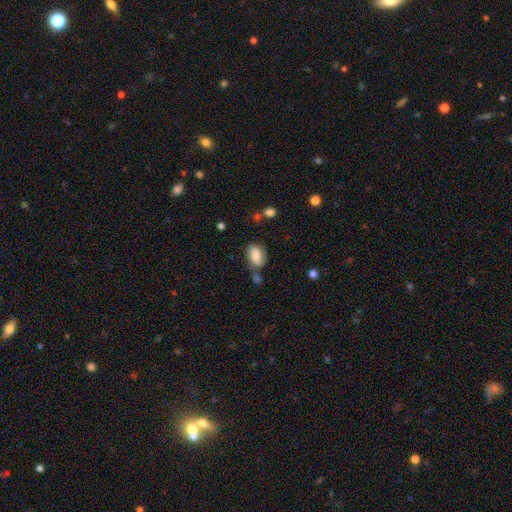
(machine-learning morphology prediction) A smooth galaxy with no disk features (61%) that is in between round and cigar-shaped (84%).

Vote fractions:
- Smooth or featured? smooth: 61% / featured or disk: 30% / star or artifact: 9%
- How rounded? in between: 84% / round: 14% / cigar-shaped: 2%
- Merging? none: 49% / minor disturbance: 25% / merger: 14% / major disturbance: 11%